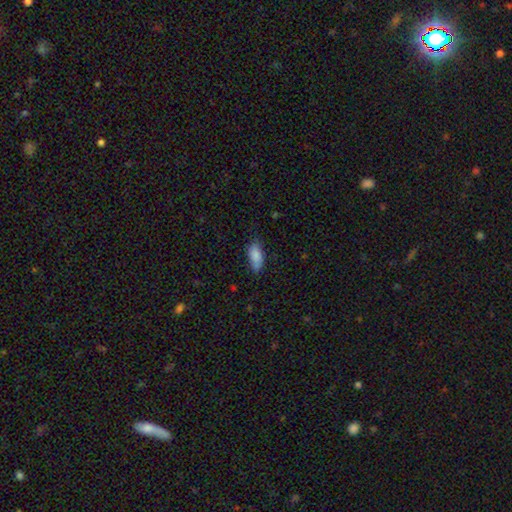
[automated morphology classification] The model was most divided on "merging": none: 65%, minor disturbance: 28%, major disturbance: 5%, merger: 2%. More confident: how rounded — in between (88%); smooth or featured — smooth (86%).